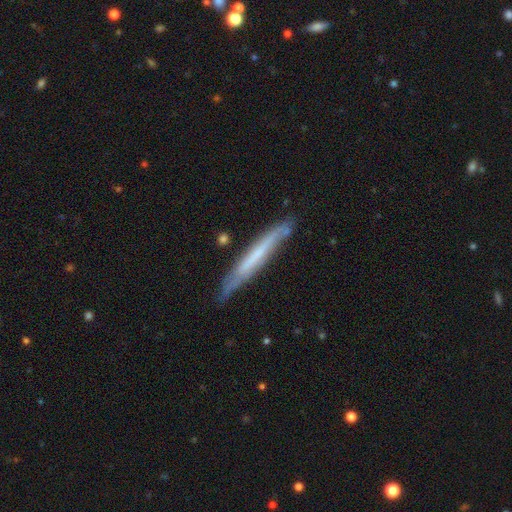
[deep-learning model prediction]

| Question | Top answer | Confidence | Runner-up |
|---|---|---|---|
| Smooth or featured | featured or disk | 53% | smooth (40%) |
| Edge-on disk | yes | 87% | no (13%) |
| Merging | none | 75% | minor disturbance (19%) |